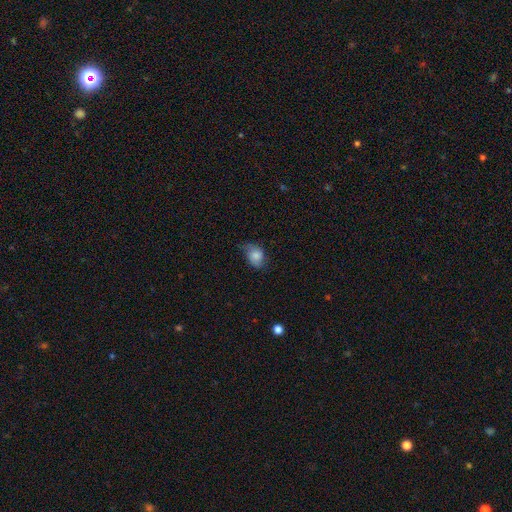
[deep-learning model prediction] smooth 75%, featured or disk 16%, star or artifact 9%. Down the decision tree: how rounded — in between (67%); merging — none (55%).